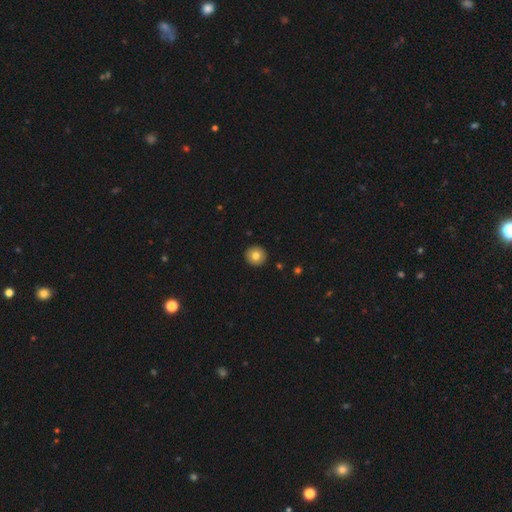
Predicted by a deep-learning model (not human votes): smooth-or-featured: smooth: 79% | featured or disk: 12% | star or artifact: 9%
  how-rounded: round: 95% | in between: 4% | cigar-shaped: 1%
  merging: none: 93% | minor disturbance: 4% | major disturbance: 1% | merger: 1%